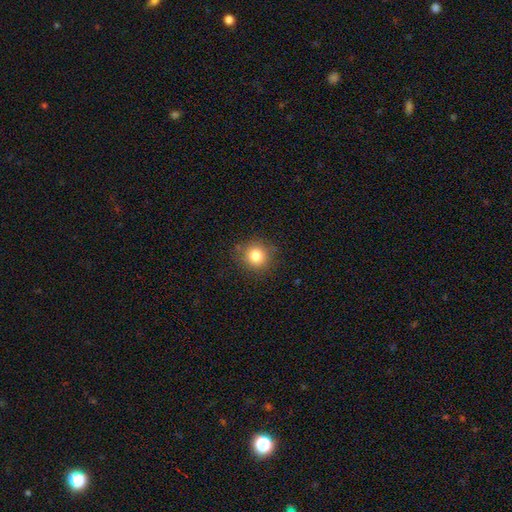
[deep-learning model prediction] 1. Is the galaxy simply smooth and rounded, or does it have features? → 81% smooth, 12% star or artifact, 7% featured or disk.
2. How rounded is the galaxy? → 91% round, 8% in between, 1% cigar-shaped.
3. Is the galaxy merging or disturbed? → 85% none, 11% minor disturbance, 3% major disturbance, 1% merger.